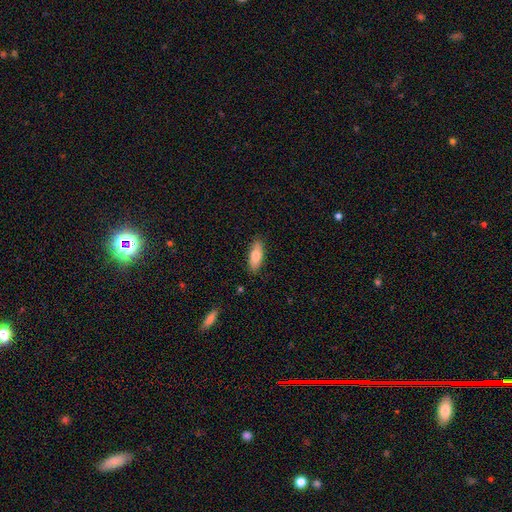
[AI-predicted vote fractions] Smooth or featured?
  - smooth: 80% *
  - featured or disk: 14%
  - star or artifact: 6%
How rounded?
  - in between: 74% *
  - cigar-shaped: 24%
  - round: 2%
Merging?
  - none: 85% *
  - minor disturbance: 12%
  - major disturbance: 2%
  - merger: 1%